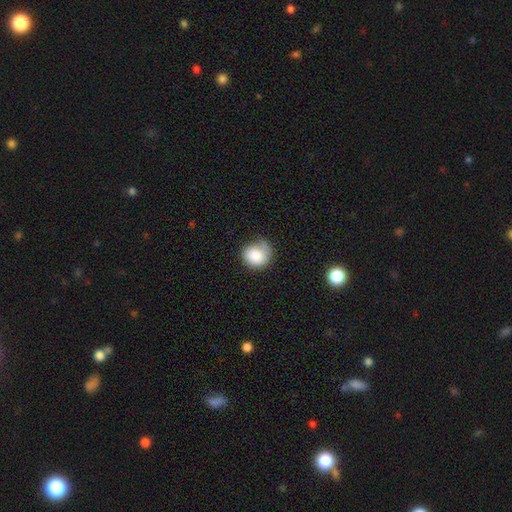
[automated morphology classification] A smooth galaxy with no disk features (83%) that is round (81%).

Vote fractions:
- Smooth or featured? smooth: 83% / featured or disk: 9% / star or artifact: 8%
- How rounded? round: 81% / in between: 18% / cigar-shaped: 1%
- Merging? none: 48% / minor disturbance: 34% / major disturbance: 14% / merger: 4%